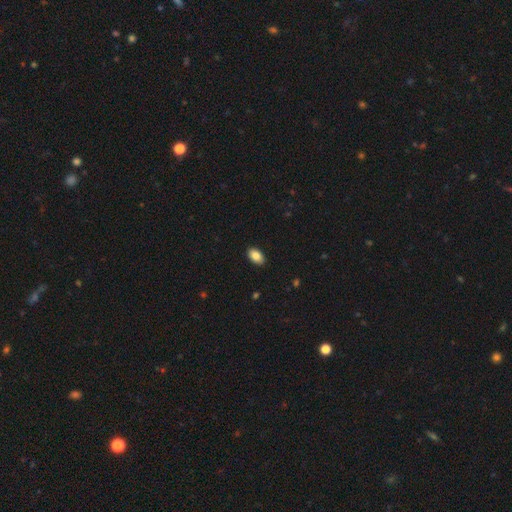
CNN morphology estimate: A smooth galaxy with no disk features (86%) that is in between round and cigar-shaped (92%).

Vote fractions:
- Smooth or featured? smooth: 86% / star or artifact: 7% / featured or disk: 7%
- How rounded? in between: 92% / round: 7% / cigar-shaped: 1%
- Merging? none: 90% / minor disturbance: 7% / major disturbance: 2% / merger: 1%